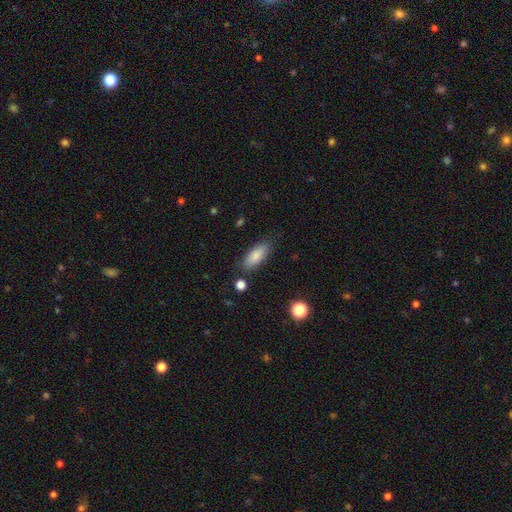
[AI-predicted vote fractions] Smooth or featured: smooth — 85% (featured or disk — 9%)
How rounded: in between — 78% (cigar-shaped — 20%)
Merging: none — 82% (minor disturbance — 12%)